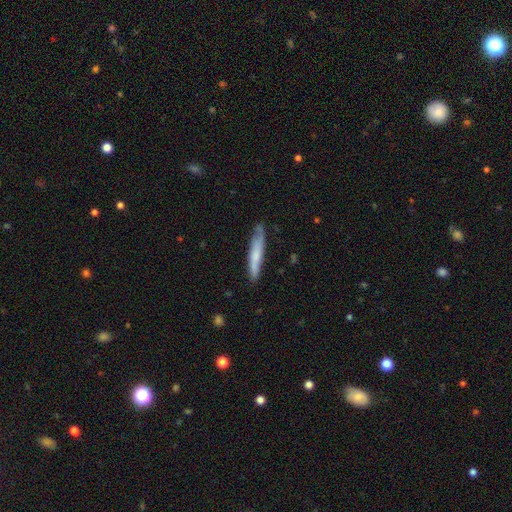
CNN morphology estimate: Smooth or featured? Predicted: smooth (p=0.63). How rounded? Predicted: cigar-shaped (p=0.92). Merging? Predicted: none (p=0.77).